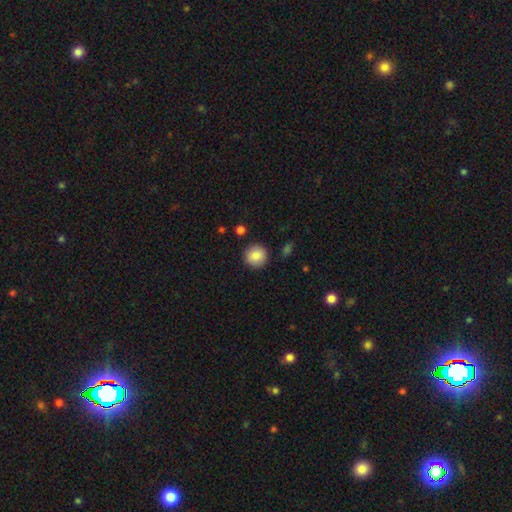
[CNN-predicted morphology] A smooth galaxy with no disk features (87%) that is round (93%). Merging: none (90%).